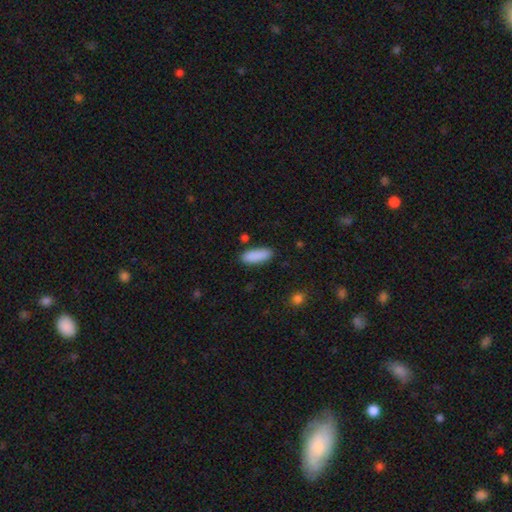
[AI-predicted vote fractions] Smooth or featured: smooth — 89% (star or artifact — 7%)
How rounded: in between — 66% (cigar-shaped — 32%)
Merging: none — 84% (minor disturbance — 11%)